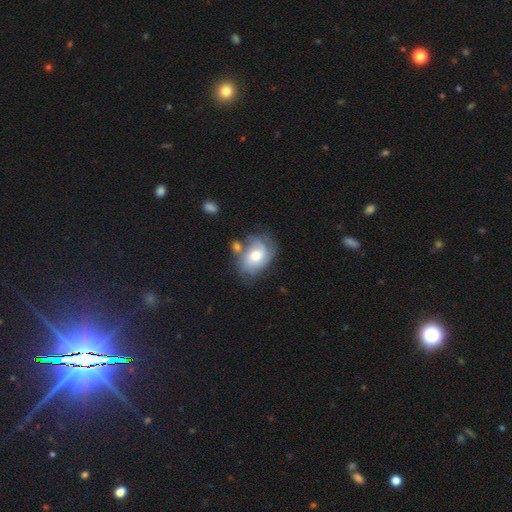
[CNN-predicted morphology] A featured or disk galaxy (67%) with no bar (70%), tight (52%) spiral arms (88%) and a moderate central bulge (65%). Merging: none (51%).